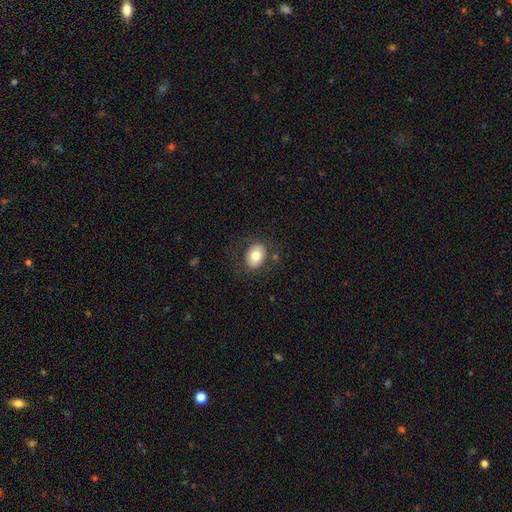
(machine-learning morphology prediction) Overall: smooth (77%). How rounded: in between (62%; round 37%). Merging: none (80%).